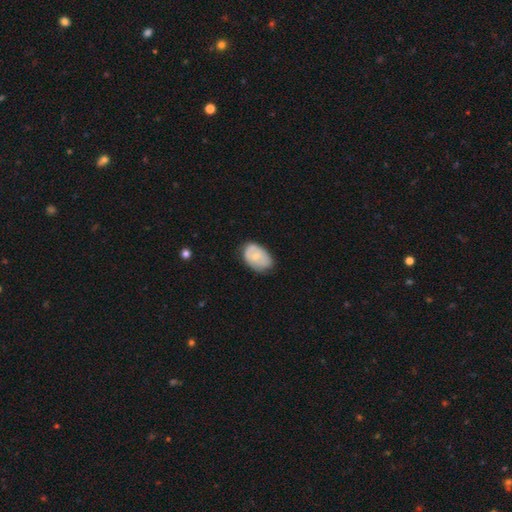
This appears to be a smooth galaxy with no disk features (61%) that is in between round and cigar-shaped (91%). Merging: none (47%).